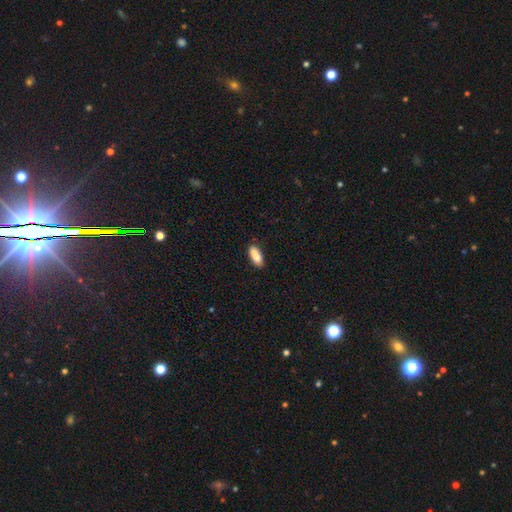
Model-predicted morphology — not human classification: Smooth or featured?
  - smooth: 89% *
  - star or artifact: 6%
  - featured or disk: 5%
How rounded?
  - in between: 76% *
  - cigar-shaped: 22%
  - round: 2%
Merging?
  - none: 85% *
  - minor disturbance: 12%
  - major disturbance: 2%
  - merger: 1%